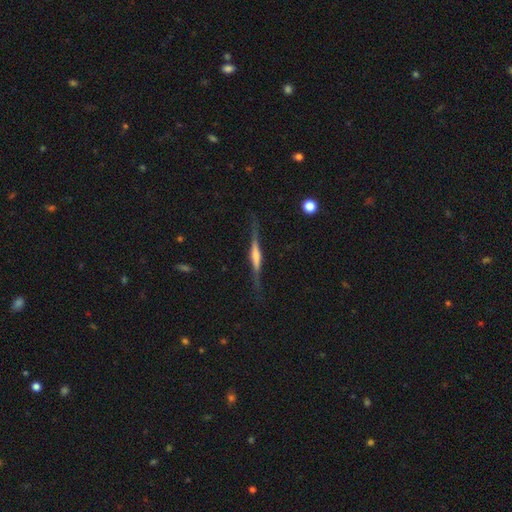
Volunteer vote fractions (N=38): Smooth or featured? 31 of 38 (82%) said featured or disk. Edge-on disk? 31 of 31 (100%) said yes. Edge-on bulge? 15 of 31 (48%) said rounded. Merging? 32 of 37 (86%) said none.